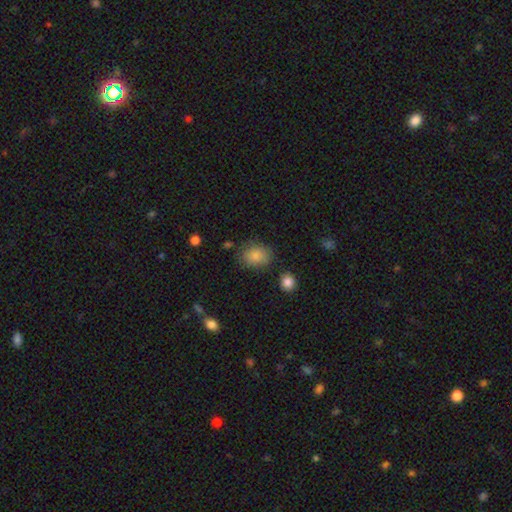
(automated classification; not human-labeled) The model was most divided on "how rounded": in between: 57%, round: 42%, cigar-shaped: 1%. More confident: smooth or featured — smooth (85%); merging — none (73%).